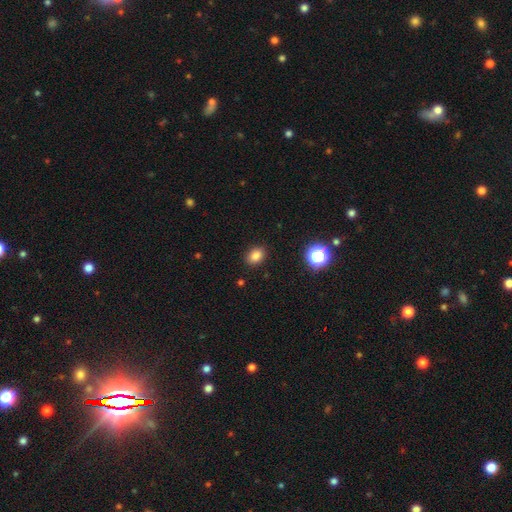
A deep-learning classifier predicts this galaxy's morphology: smooth-or-featured: smooth: 82% | star or artifact: 13% | featured or disk: 5%
  how-rounded: in between: 64% | round: 35% | cigar-shaped: 1%
  merging: none: 89% | minor disturbance: 8% | major disturbance: 2% | merger: 1%